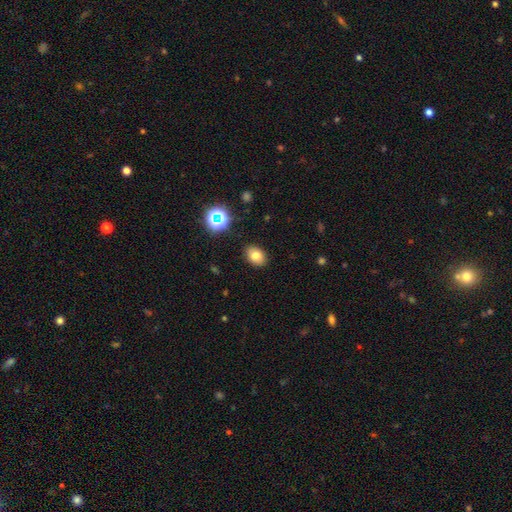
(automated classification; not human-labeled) smooth 77%, star or artifact 13%, featured or disk 10%. Down the decision tree: how rounded — in between (73%); merging — none (88%).